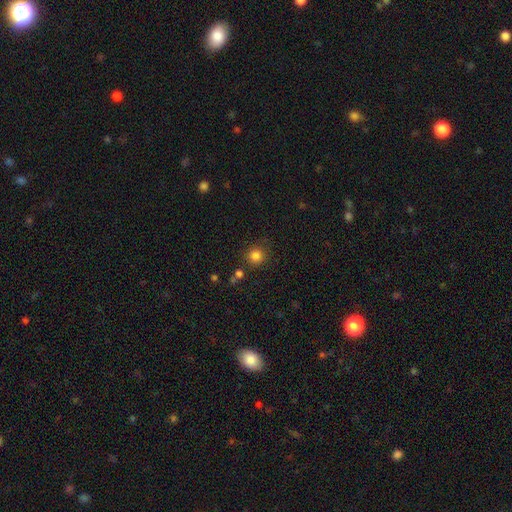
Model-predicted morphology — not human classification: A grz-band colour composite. It shows a smooth galaxy with no disk features (82%) that is round (92%). Merging: none (84%).